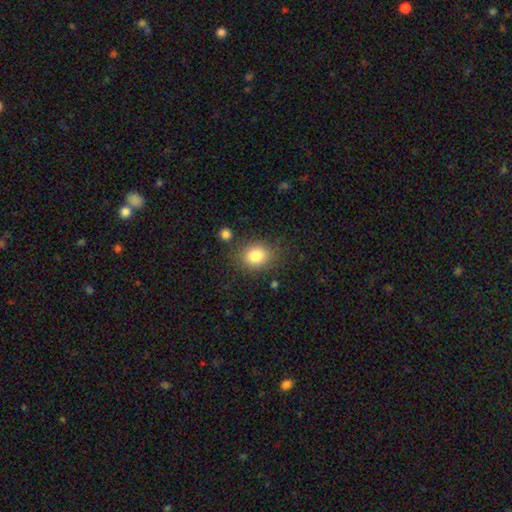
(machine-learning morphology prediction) A smooth galaxy with no disk features (83%) that is round (57%).

Vote fractions:
- Smooth or featured? smooth: 83% / star or artifact: 9% / featured or disk: 7%
- How rounded? round: 57% / in between: 43% / cigar-shaped: 1%
- Merging? none: 80% / minor disturbance: 12% / major disturbance: 4% / merger: 4%